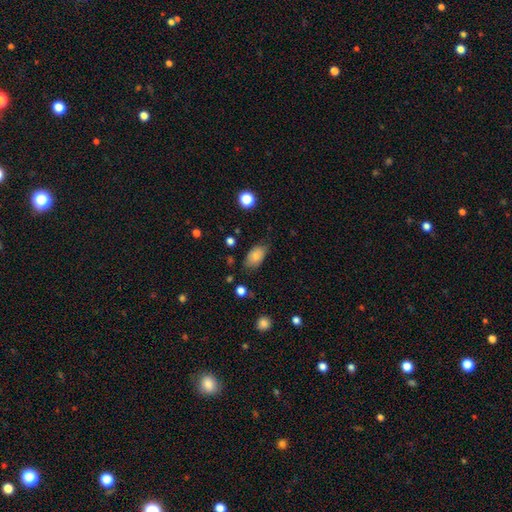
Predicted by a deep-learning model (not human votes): This is likely a smooth galaxy (78%). How rounded: clearly in between (90%). Merging: likely none (68%).